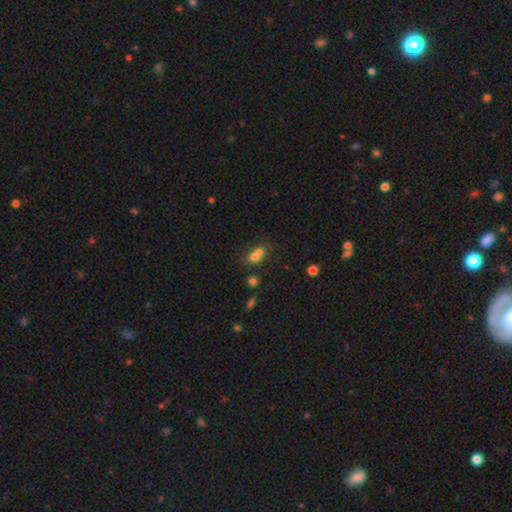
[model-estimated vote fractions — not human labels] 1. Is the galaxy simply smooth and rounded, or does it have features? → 67% smooth, 17% featured or disk, 16% star or artifact.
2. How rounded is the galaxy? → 75% round, 24% in between, 1% cigar-shaped.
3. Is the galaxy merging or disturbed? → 64% merger, 28% none, 5% minor disturbance, 3% major disturbance.